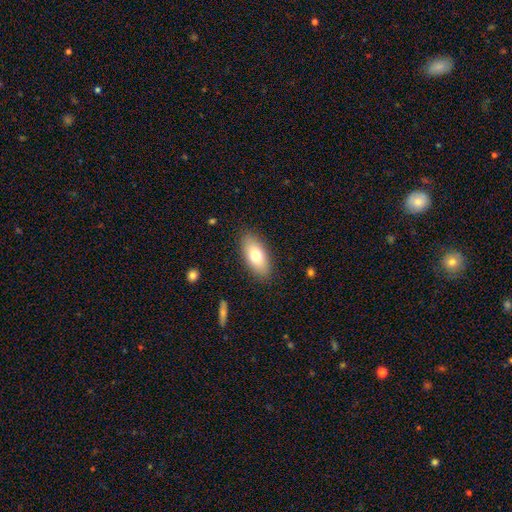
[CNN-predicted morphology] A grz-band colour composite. It shows a smooth galaxy with no disk features (75%) that is in between round and cigar-shaped (88%). Merging: none (86%).